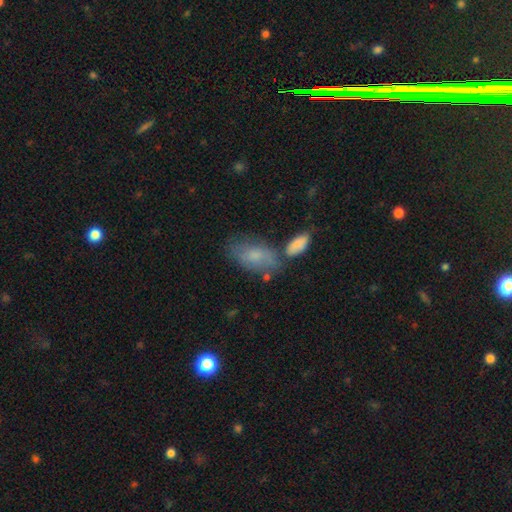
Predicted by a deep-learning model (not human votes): Overall: smooth (67%). How rounded: in between (91%). Merging: none (48%; minor disturbance 23%).